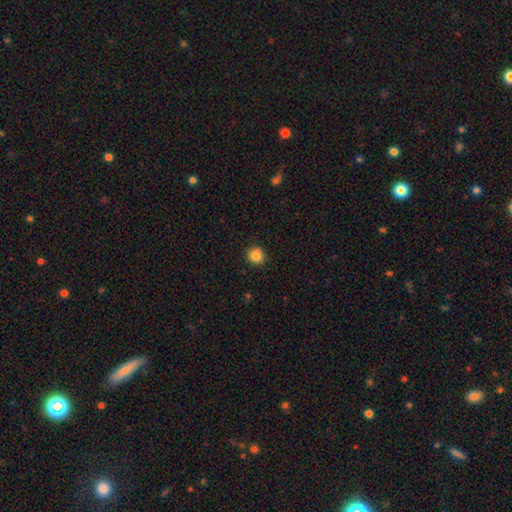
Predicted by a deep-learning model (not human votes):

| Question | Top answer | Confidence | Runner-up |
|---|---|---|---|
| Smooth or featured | smooth | 84% | star or artifact (10%) |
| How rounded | round | 85% | in between (14%) |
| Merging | none | 78% | minor disturbance (12%) |